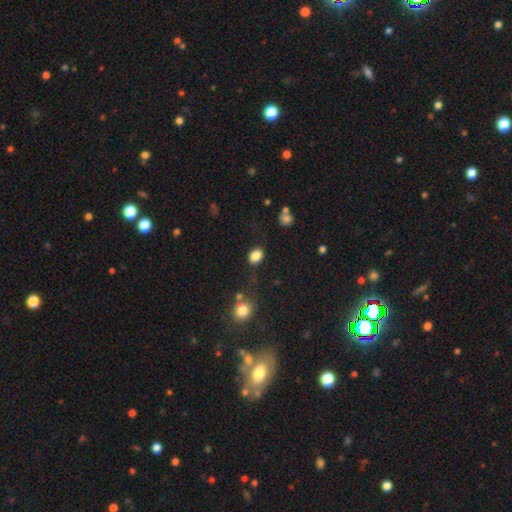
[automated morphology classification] Smooth or featured? smooth (85%)
How rounded? in between (61%)
Merging? none (77%)